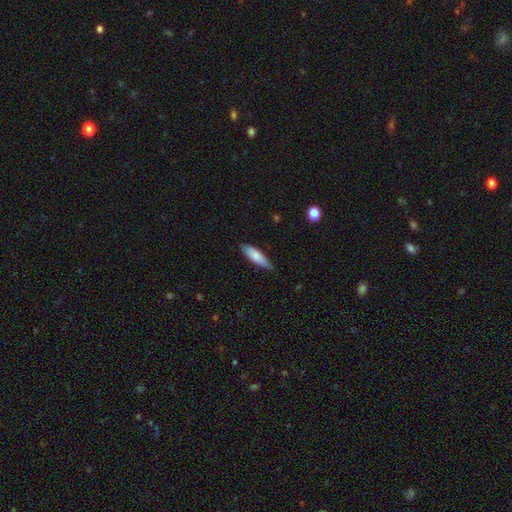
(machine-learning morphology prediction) smooth 78%, featured or disk 16%, star or artifact 6%. Down the decision tree: how rounded — cigar-shaped (52%); merging — none (79%).